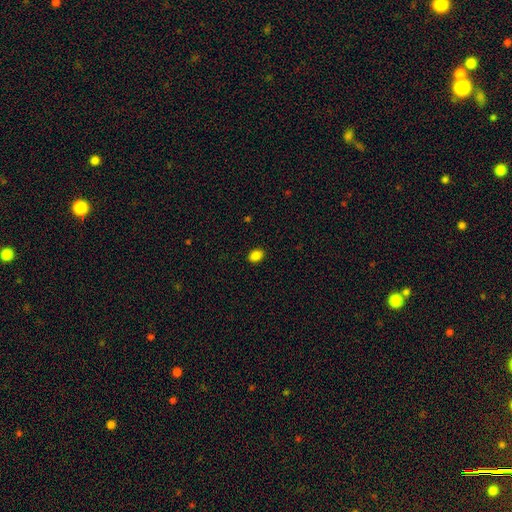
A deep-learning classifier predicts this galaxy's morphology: smooth-or-featured: smooth: 86% | star or artifact: 11% | featured or disk: 3%
  how-rounded: in between: 68% | round: 31% | cigar-shaped: 1%
  merging: none: 90% | minor disturbance: 7% | major disturbance: 2% | merger: 1%